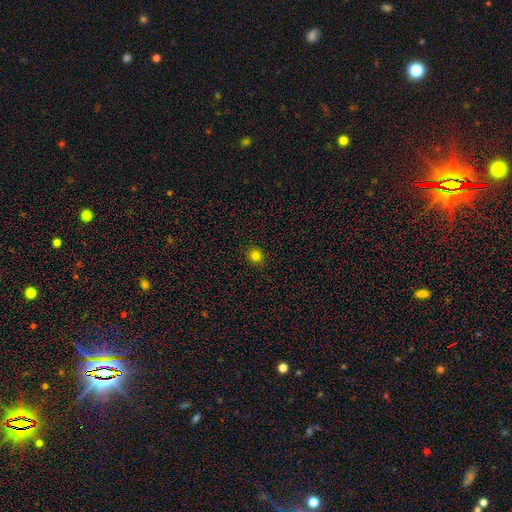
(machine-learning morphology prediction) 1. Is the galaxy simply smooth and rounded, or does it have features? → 80% smooth, 15% star or artifact, 5% featured or disk.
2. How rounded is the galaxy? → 91% round, 8% in between, 1% cigar-shaped.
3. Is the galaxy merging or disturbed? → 92% none, 6% minor disturbance, 2% major disturbance, 1% merger.